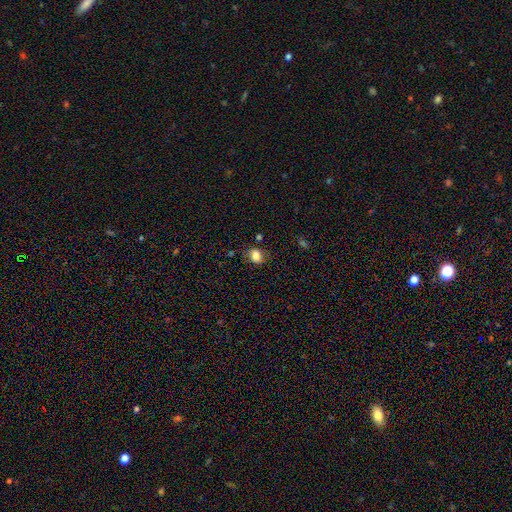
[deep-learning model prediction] A smooth galaxy with no disk features (82%) that is round (51%). Merging: none (75%).